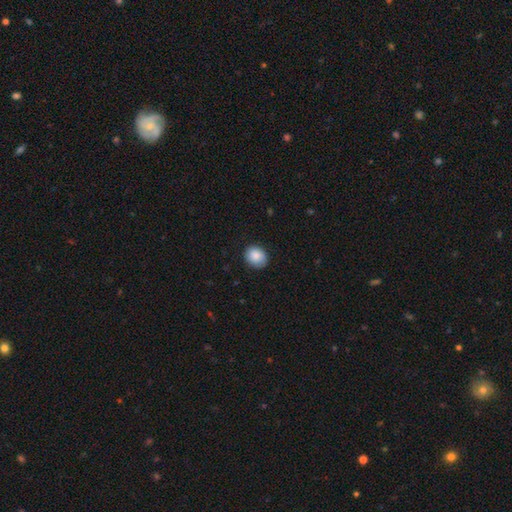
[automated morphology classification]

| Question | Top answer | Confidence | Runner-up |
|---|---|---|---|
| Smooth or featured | smooth | 86% | star or artifact (7%) |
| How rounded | round | 60% | in between (39%) |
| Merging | none | 83% | minor disturbance (13%) |